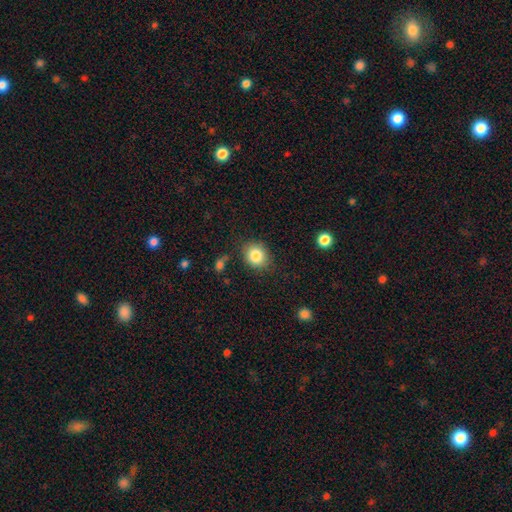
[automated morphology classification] Smooth or featured?
  - smooth: 84% *
  - star or artifact: 10%
  - featured or disk: 6%
How rounded?
  - round: 68% *
  - in between: 31%
  - cigar-shaped: 1%
Merging?
  - none: 80% *
  - minor disturbance: 13%
  - major disturbance: 4%
  - merger: 3%